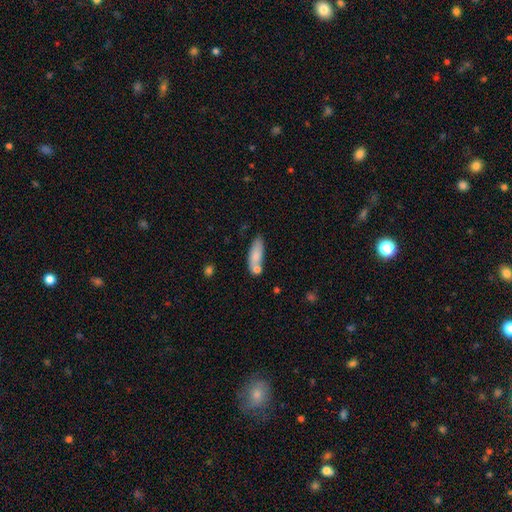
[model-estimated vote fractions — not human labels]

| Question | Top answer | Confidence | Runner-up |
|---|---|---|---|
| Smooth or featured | smooth | 80% | featured or disk (13%) |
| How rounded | in between | 62% | cigar-shaped (36%) |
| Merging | none | 57% | minor disturbance (19%) |